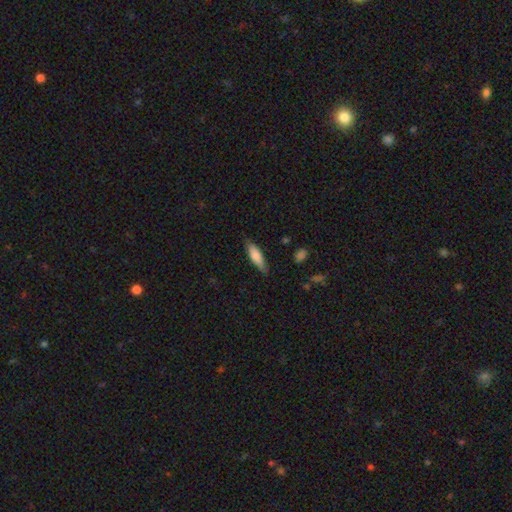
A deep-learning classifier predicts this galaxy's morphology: Q: Smooth or featured?
A: smooth (78%); runner-up: featured or disk (16%)
Q: How rounded?
A: cigar-shaped (57%); runner-up: in between (41%)
Q: Merging?
A: none (80%); runner-up: minor disturbance (16%)